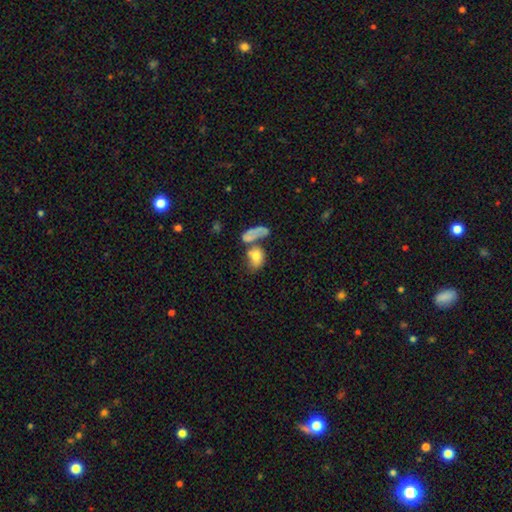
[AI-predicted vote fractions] The model was most divided on "merging": merger: 44%, none: 27%, major disturbance: 15%, minor disturbance: 14%. More confident: how rounded — in between (77%); smooth or featured — smooth (70%).